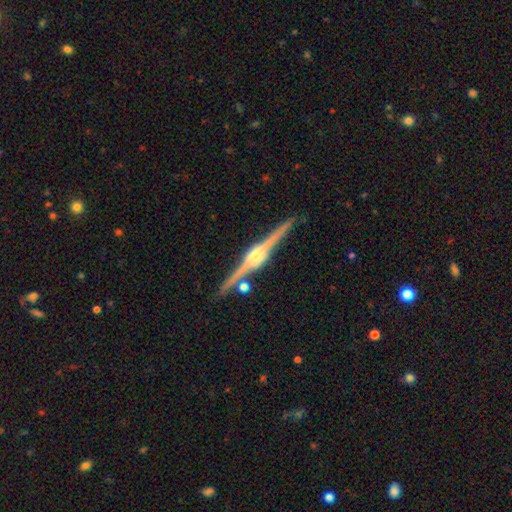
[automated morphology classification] featured or disk 90%, smooth 5%, star or artifact 5%. Down the decision tree: edge-on disk — yes (99%); edge-on bulge — rounded (87%); merging — none (89%).